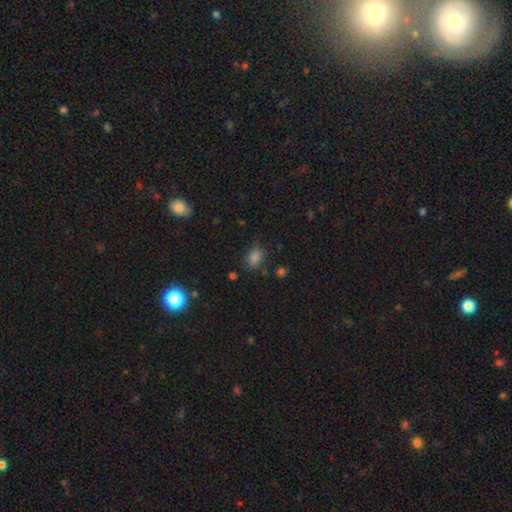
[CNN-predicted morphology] Smooth or featured: smooth — 78% (star or artifact — 18%)
How rounded: in between — 70% (round — 28%)
Merging: none — 77% (minor disturbance — 16%)